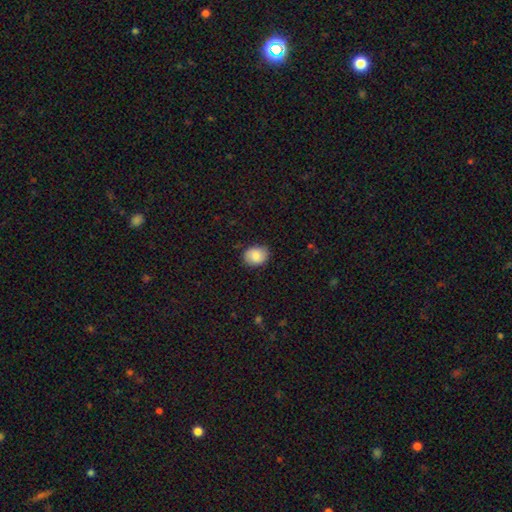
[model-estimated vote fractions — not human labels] This appears to be a smooth galaxy with no disk features (81%) that is in between round and cigar-shaped (52%). Merging: none (84%).